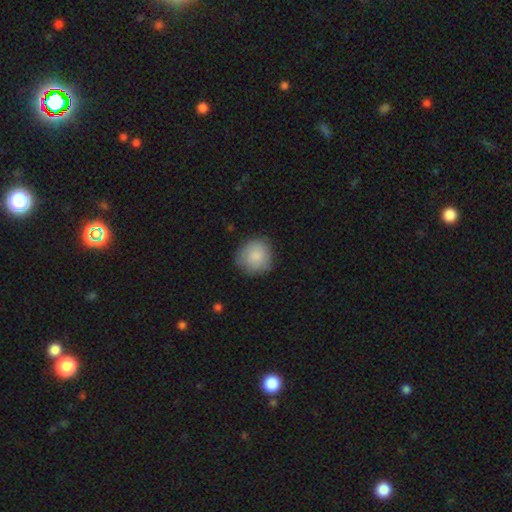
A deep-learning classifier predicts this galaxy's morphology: Smooth or featured: smooth — 81% (featured or disk — 12%)
How rounded: round — 87% (in between — 12%)
Merging: none — 80% (minor disturbance — 15%)